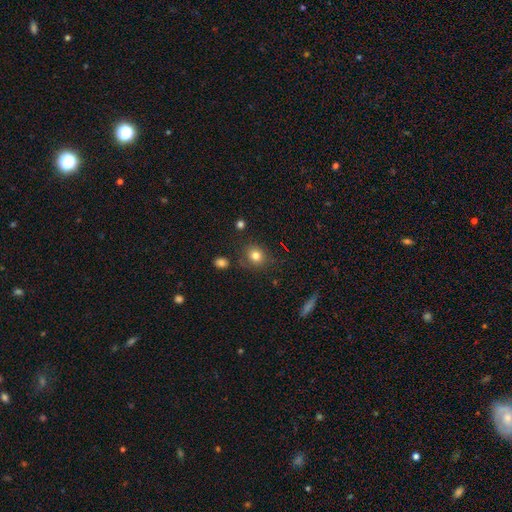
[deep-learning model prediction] This appears to be a smooth galaxy with no disk features (80%) that is round (82%). Merging: none (80%).